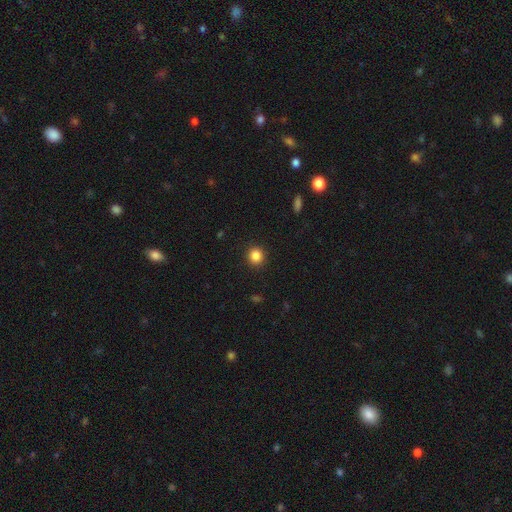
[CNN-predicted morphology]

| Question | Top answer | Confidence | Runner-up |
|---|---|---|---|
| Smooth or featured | smooth | 85% | star or artifact (11%) |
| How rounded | round | 90% | in between (9%) |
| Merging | none | 92% | minor disturbance (5%) |